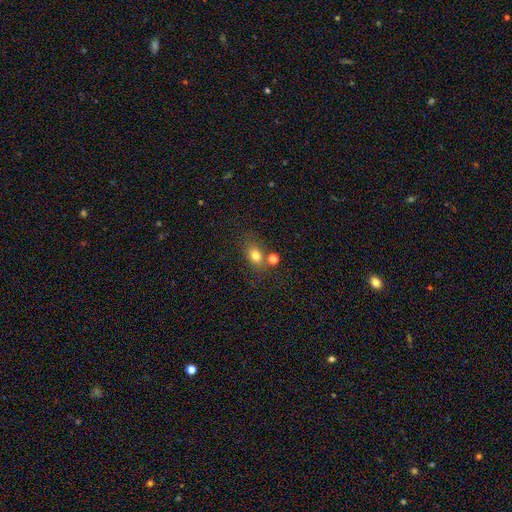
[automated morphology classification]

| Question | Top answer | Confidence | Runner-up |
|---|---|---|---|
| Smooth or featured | smooth | 76% | star or artifact (13%) |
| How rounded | in between | 63% | round (36%) |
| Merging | none | 63% | merger (18%) |